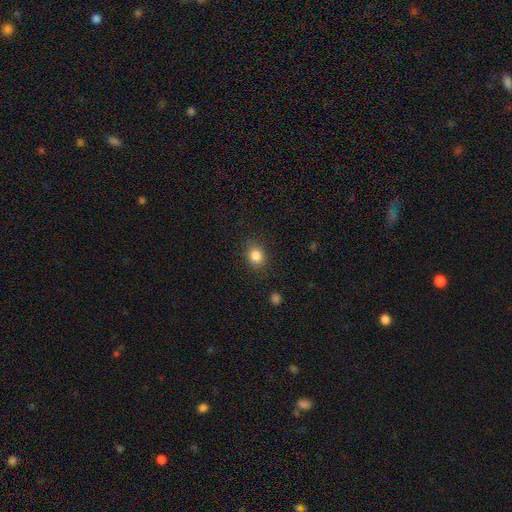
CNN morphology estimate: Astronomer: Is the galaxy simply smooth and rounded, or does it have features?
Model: smooth — 83%.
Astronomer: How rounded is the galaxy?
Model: round — 61% (runner-up: in between, 39%).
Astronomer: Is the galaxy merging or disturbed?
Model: none — 85%.